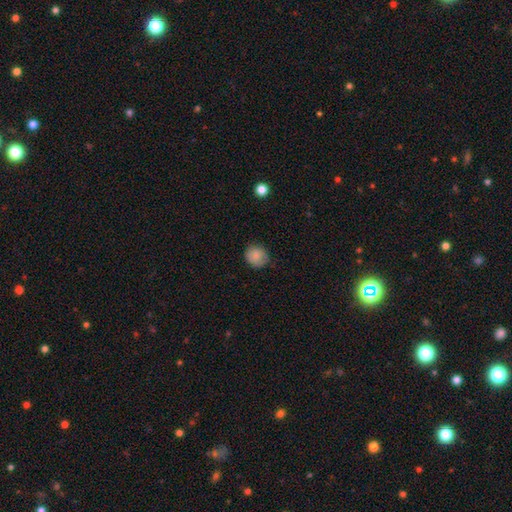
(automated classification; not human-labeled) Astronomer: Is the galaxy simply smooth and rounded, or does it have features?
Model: smooth — 85%.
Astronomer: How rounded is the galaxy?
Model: round — 83%.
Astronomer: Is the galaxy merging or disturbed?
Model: none — 77%.